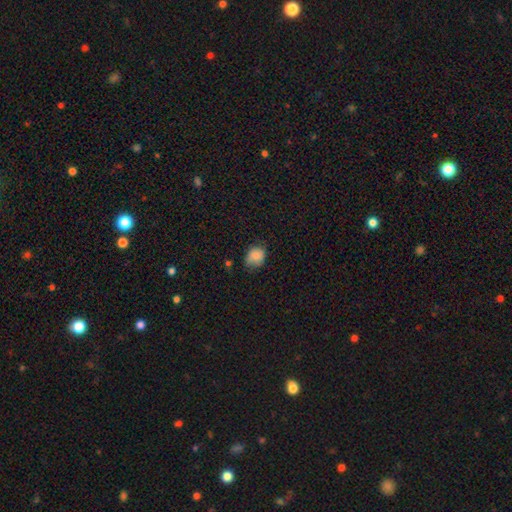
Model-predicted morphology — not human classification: smooth-or-featured: smooth: 82% | featured or disk: 10% | star or artifact: 9%
  how-rounded: round: 55% | in between: 44% | cigar-shaped: 1%
  merging: none: 63% | minor disturbance: 29% | major disturbance: 7% | merger: 2%